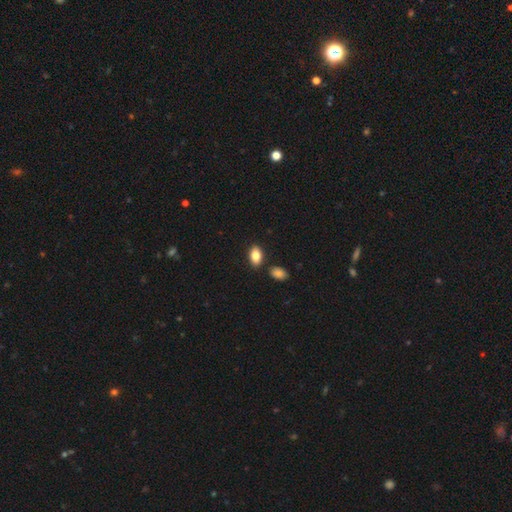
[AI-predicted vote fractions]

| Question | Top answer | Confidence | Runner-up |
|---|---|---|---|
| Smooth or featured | smooth | 85% | featured or disk (8%) |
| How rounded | in between | 91% | round (6%) |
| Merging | none | 83% | minor disturbance (9%) |